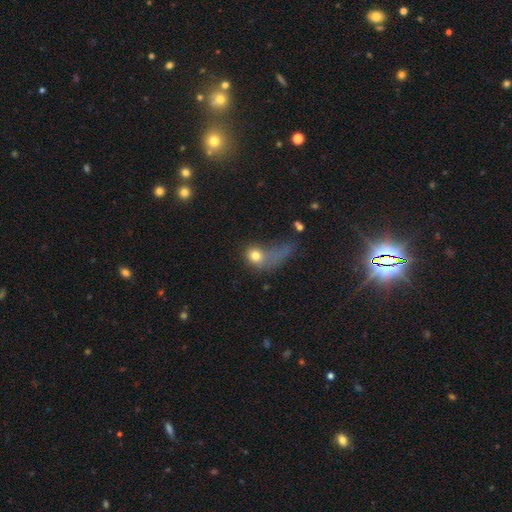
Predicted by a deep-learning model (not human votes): Smooth or featured?
  - smooth: 73% *
  - featured or disk: 15%
  - star or artifact: 12%
How rounded?
  - round: 52% *
  - in between: 44%
  - cigar-shaped: 4%
Merging?
  - major disturbance: 58% *
  - none: 17%
  - minor disturbance: 15%
  - merger: 11%